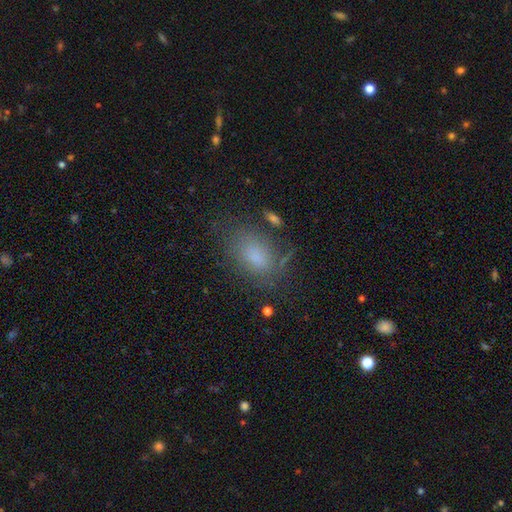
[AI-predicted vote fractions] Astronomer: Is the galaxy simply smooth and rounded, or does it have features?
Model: smooth — 70%.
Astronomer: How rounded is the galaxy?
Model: in between — 85%.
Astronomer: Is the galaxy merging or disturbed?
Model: none — 62%.